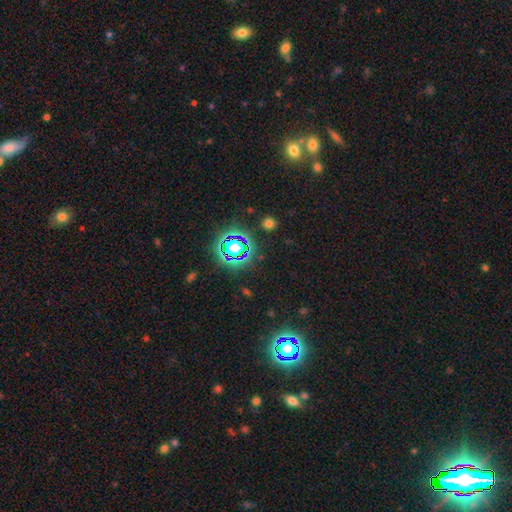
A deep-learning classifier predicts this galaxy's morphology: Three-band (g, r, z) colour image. It shows a star or artifact, not a galaxy (76%).